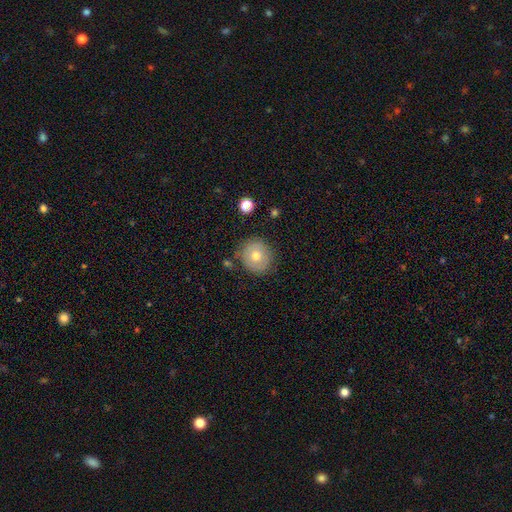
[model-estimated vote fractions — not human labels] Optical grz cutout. It shows a smooth galaxy with no disk features (66%) that is round (88%). Merging: none (80%).